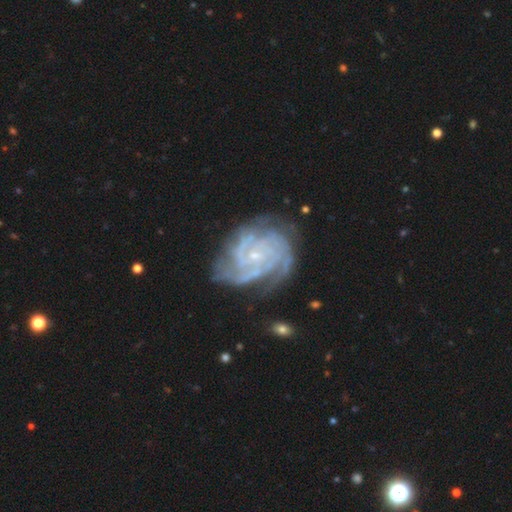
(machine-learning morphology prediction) Smooth or featured? Predicted: featured or disk (p=0.90). Edge-on disk? Predicted: no (p=0.98). Bar? Predicted: no (p=0.69). Spiral arms? Predicted: yes (p=0.98). Spiral winding? Predicted: tight (p=0.69). Spiral arm count? Predicted: 4 (p=0.29, tied with 3). Bulge size? Predicted: small (p=0.83). Merging? Predicted: none (p=0.67).